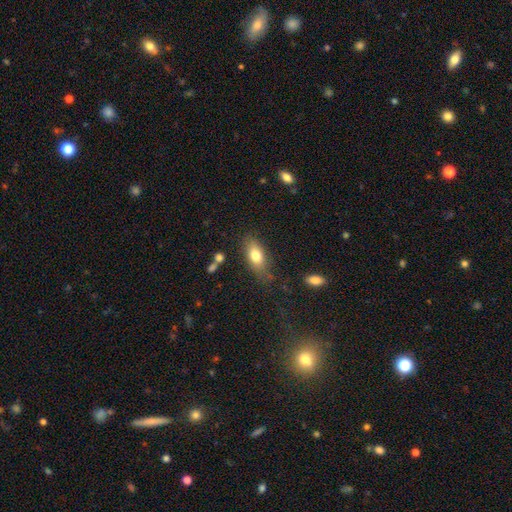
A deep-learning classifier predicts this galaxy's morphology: The model was most divided on "merging": none: 71%, minor disturbance: 20%, major disturbance: 6%, merger: 4%. More confident: how rounded — in between (84%); smooth or featured — smooth (77%).